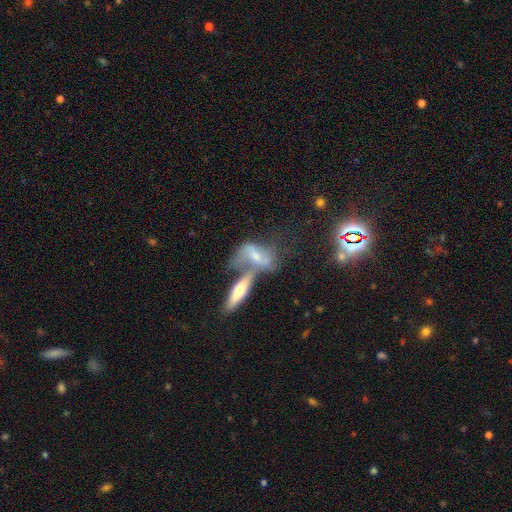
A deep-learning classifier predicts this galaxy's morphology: Q: Smooth or featured?
A: featured or disk (53%); runner-up: smooth (37%)
Q: Edge-on disk?
A: no (64%); runner-up: yes (36%)
Q: Merging?
A: merger (57%); runner-up: none (23%)